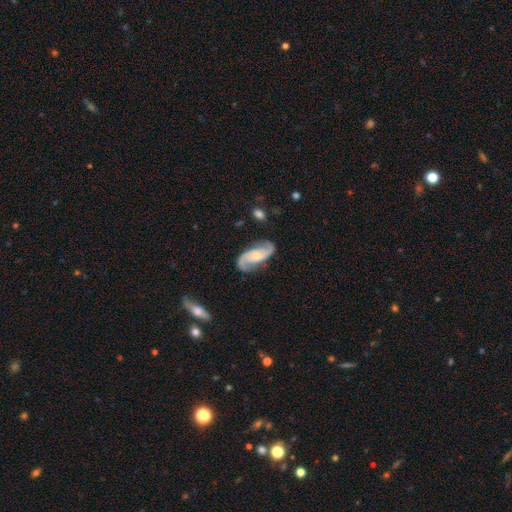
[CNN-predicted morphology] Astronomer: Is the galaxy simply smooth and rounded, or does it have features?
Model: featured or disk — 85%.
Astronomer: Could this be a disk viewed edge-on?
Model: no — 96%.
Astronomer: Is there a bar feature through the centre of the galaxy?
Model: no — 55% (runner-up: weak, 33%).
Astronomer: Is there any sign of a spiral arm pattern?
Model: yes — 97%.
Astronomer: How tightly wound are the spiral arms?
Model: medium — 47% (runner-up: loose, 35%).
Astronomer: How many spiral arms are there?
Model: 2 — 92%.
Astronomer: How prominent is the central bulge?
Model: small — 58%.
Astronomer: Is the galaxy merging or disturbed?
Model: none — 77%.